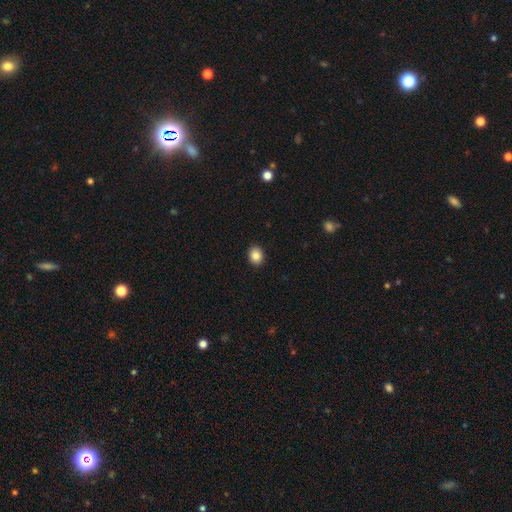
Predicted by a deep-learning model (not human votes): Smooth or featured?
  - smooth: 86% *
  - star or artifact: 9%
  - featured or disk: 4%
How rounded?
  - round: 52% *
  - in between: 47%
  - cigar-shaped: 1%
Merging?
  - none: 91% *
  - minor disturbance: 6%
  - major disturbance: 2%
  - merger: 1%